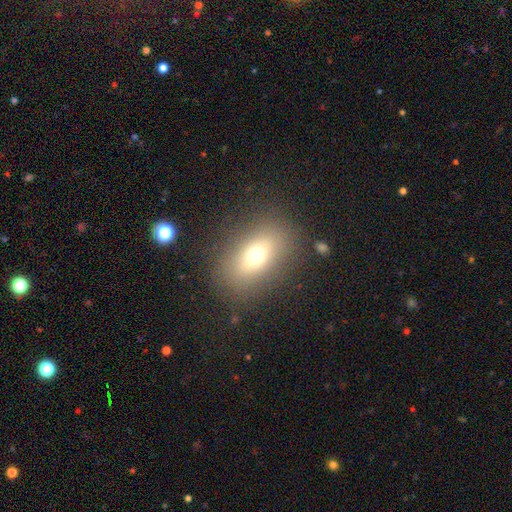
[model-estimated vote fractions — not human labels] Overall: smooth (66%). How rounded: in between (77%). Merging: none (83%).